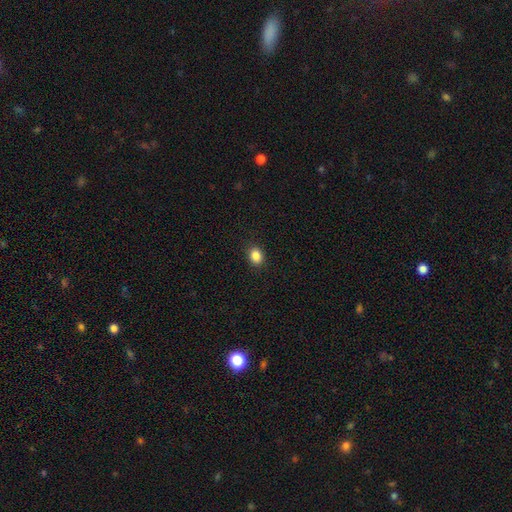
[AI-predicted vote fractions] Q: Smooth or featured?
A: smooth (86%); runner-up: star or artifact (10%)
Q: How rounded?
A: in between (50%); runner-up: round (49%)
Q: Merging?
A: none (90%); runner-up: minor disturbance (7%)